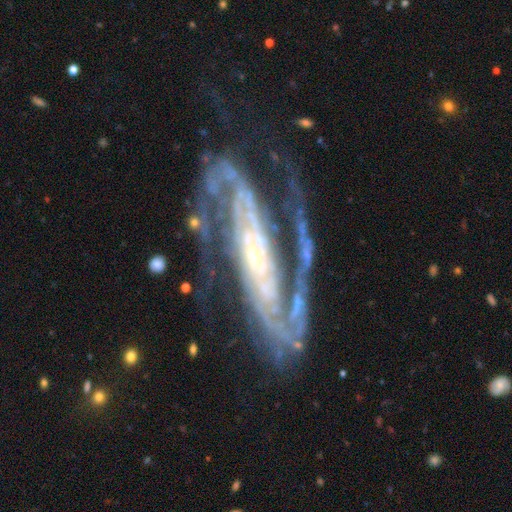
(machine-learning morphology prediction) Overall: featured or disk (92%). Edge-on disk: no (93%). Bar: no (40%; strong 36%). Spiral arms: yes (98%). Spiral arm count: 2 (77%). Spiral winding: tight (47%; medium 42%). Bulge size: small (75%). Merging: none (67%).